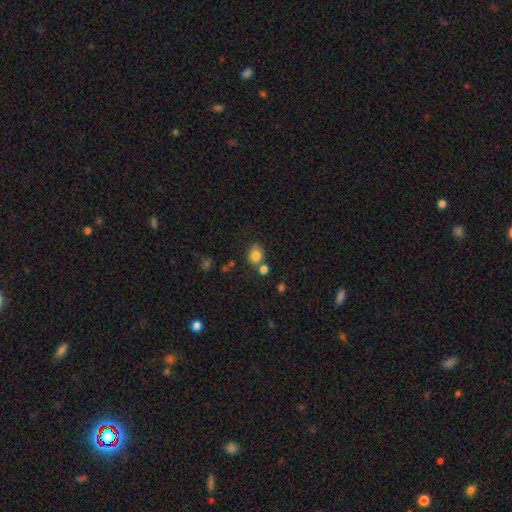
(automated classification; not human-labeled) Smooth or featured? Predicted: smooth (p=0.82). How rounded? Predicted: round (p=0.65). Merging? Predicted: none (p=0.60).